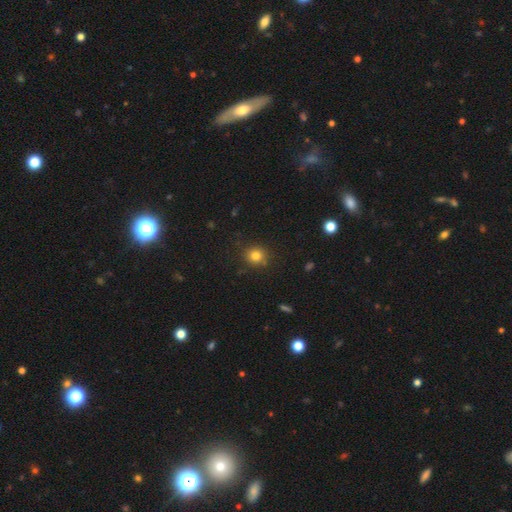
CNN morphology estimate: This appears to be a smooth galaxy with no disk features (81%) that is round (87%). Merging: none (87%).